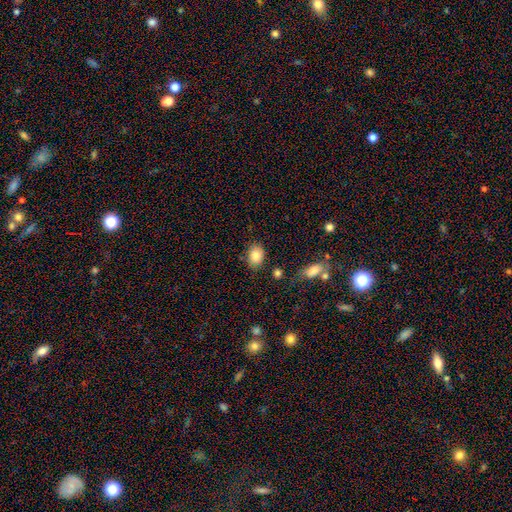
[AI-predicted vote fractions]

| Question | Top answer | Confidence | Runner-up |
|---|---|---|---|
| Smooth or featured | smooth | 86% | star or artifact (8%) |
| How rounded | in between | 63% | round (36%) |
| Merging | none | 77% | minor disturbance (15%) |